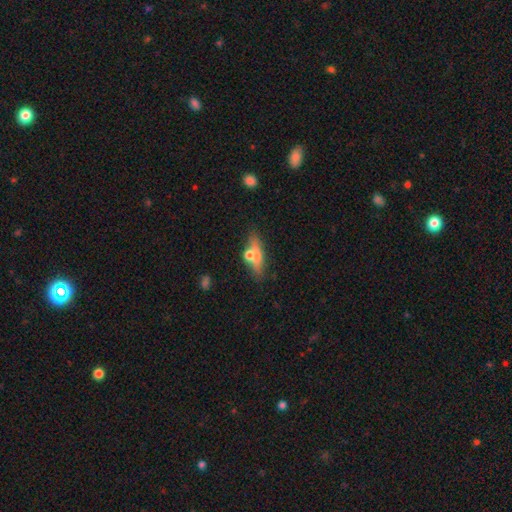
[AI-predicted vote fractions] Smooth or featured? Predicted: smooth (p=0.47). Merging? Predicted: none (p=0.63).